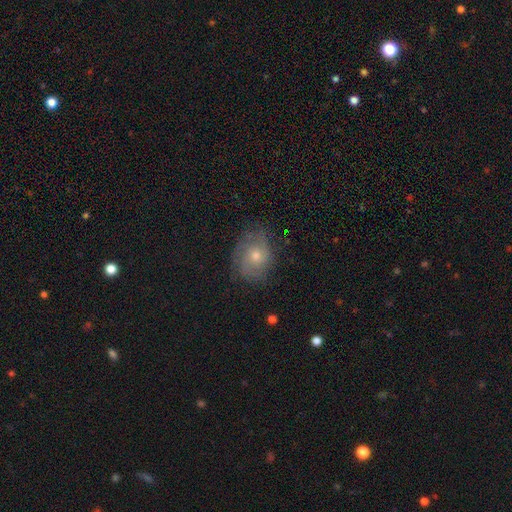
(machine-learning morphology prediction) Overall: featured or disk (54%; smooth 34%). Edge-on disk: no (96%). Bar: no (83%). Spiral arms: yes (81%). Bulge size: moderate (51%; small 44%). Merging: none (72%).